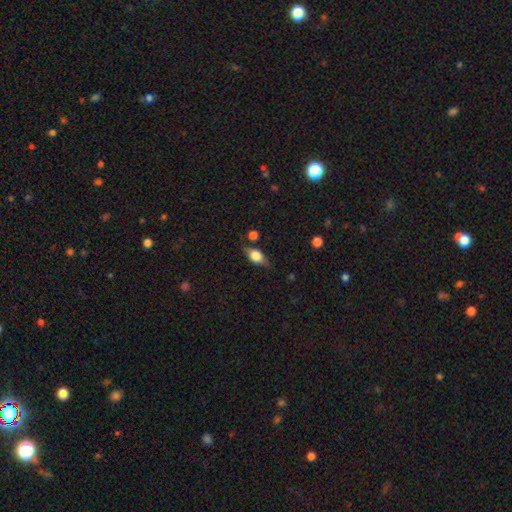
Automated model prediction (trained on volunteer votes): smooth 65%, featured or disk 26%, star or artifact 8%. Down the decision tree: how rounded — in between (76%); merging — none (67%).